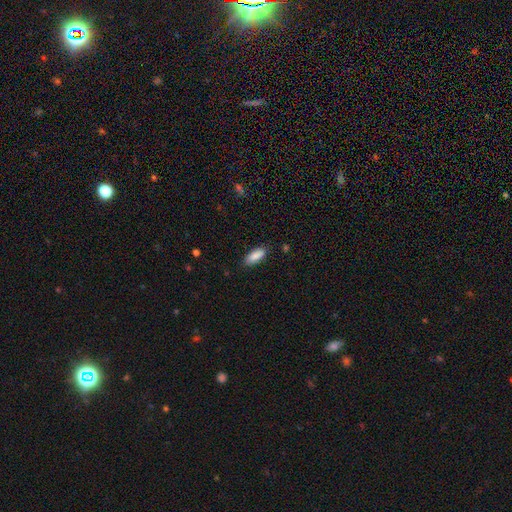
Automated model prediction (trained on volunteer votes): This is clearly a smooth galaxy (88%). How rounded: likely in between (73%). Merging: clearly none (85%).